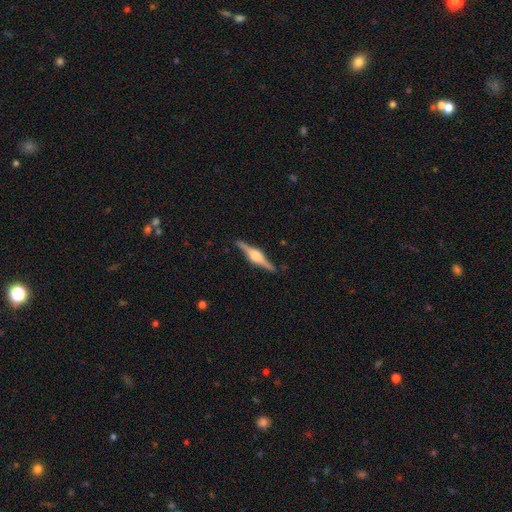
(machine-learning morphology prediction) Smooth or featured? Predicted: featured or disk (p=0.84). Edge-on disk? Predicted: yes (p=0.98). Edge-on bulge? Predicted: rounded (p=0.86). Merging? Predicted: none (p=0.90).